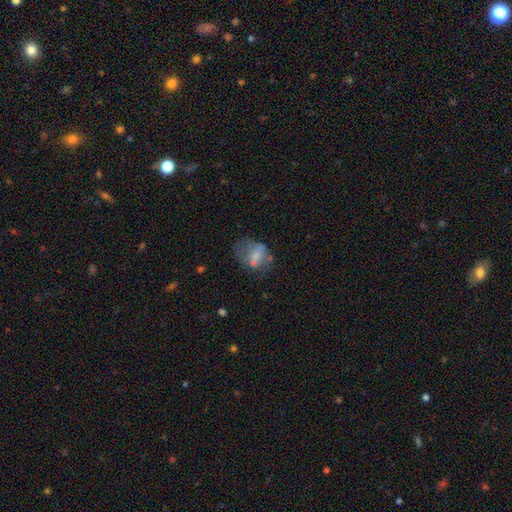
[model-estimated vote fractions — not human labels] The model was most divided on "smooth or featured": smooth: 49%, featured or disk: 37%, star or artifact: 14%. Remaining: merging — none (46%).